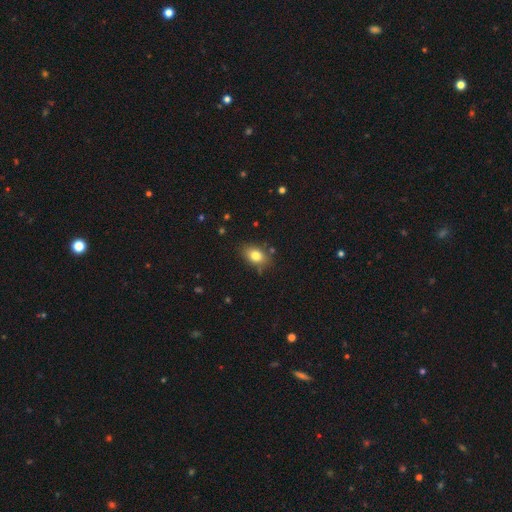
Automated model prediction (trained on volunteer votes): Smooth or featured? Predicted: smooth (p=0.81). How rounded? Predicted: in between (p=0.79). Merging? Predicted: none (p=0.80).